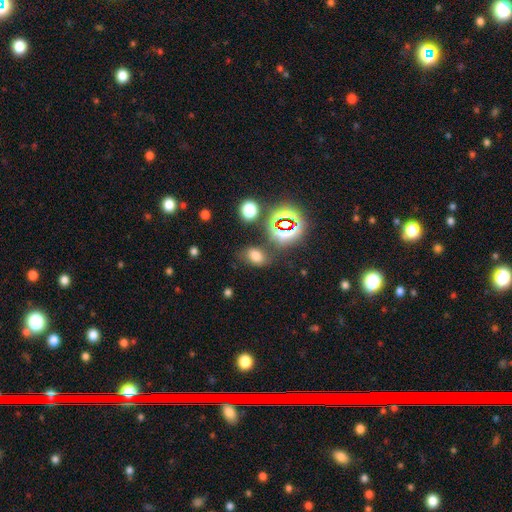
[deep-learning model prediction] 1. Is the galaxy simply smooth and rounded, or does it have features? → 66% smooth, 25% star or artifact, 10% featured or disk.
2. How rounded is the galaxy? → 79% in between, 20% round, 1% cigar-shaped.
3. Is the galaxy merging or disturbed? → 70% none, 16% minor disturbance, 7% merger, 6% major disturbance.